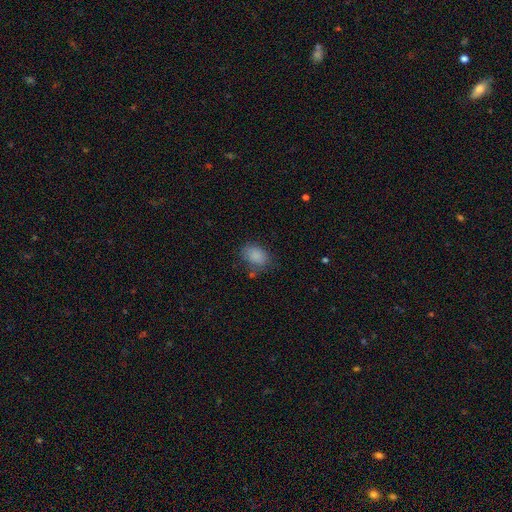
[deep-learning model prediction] The model was most divided on "merging": none: 72%, minor disturbance: 19%, major disturbance: 6%, merger: 3%. More confident: smooth or featured — smooth (86%); how rounded — in between (77%).